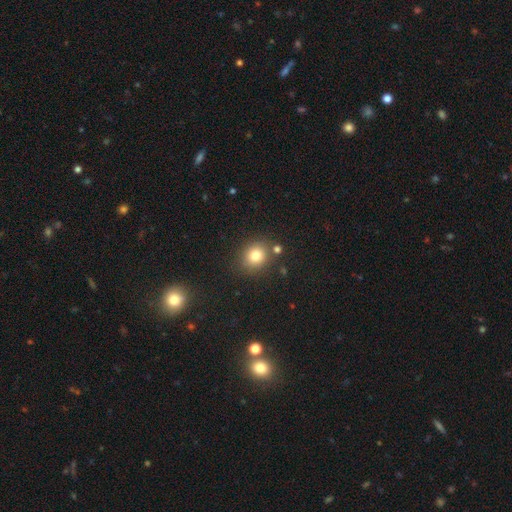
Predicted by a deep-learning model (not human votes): Smooth or featured? Predicted: smooth (p=0.79). How rounded? Predicted: round (p=0.73). Merging? Predicted: none (p=0.78).